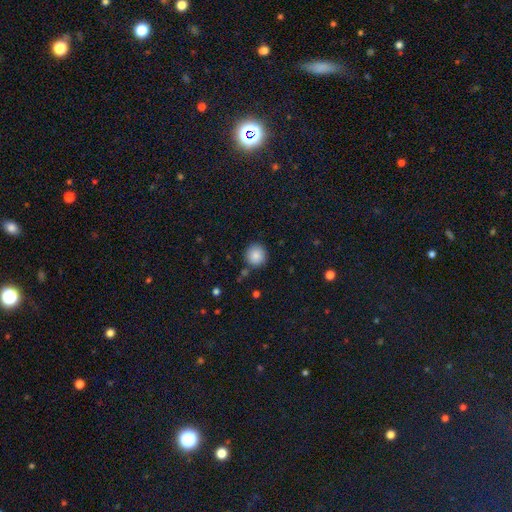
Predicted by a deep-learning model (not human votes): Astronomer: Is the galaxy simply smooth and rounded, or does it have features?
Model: smooth — 86%.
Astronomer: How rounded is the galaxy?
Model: round — 94%.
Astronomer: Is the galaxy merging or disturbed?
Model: none — 87%.